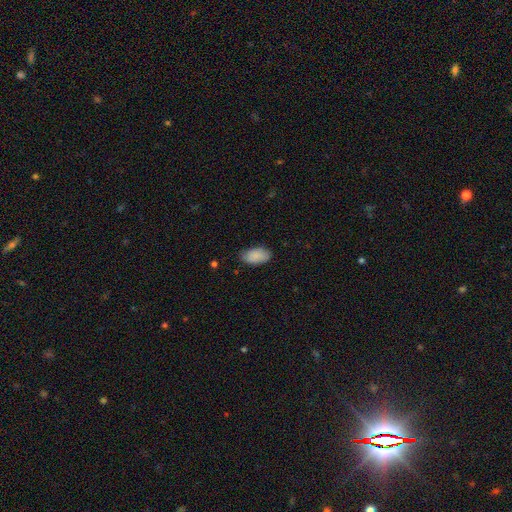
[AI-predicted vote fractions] The model was most divided on "merging": none: 79%, minor disturbance: 17%, major disturbance: 3%, merger: 1%. More confident: how rounded — in between (94%); smooth or featured — smooth (88%).